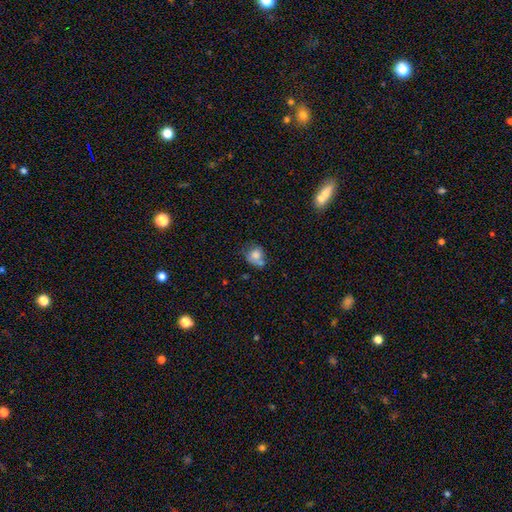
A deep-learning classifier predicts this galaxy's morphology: smooth_or_featured: smooth (p=0.74) [alt: featured or disk p=0.15]
how_rounded: round (p=0.63) [alt: in between p=0.36]
merging: none (p=0.40) [alt: minor disturbance p=0.26]